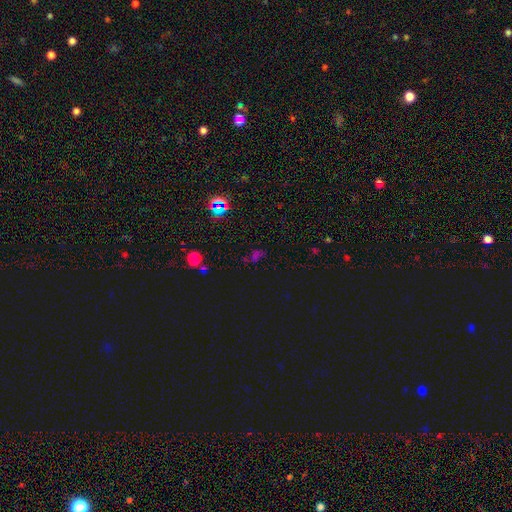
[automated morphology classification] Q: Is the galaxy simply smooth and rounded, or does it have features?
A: star or artifact — 57%.